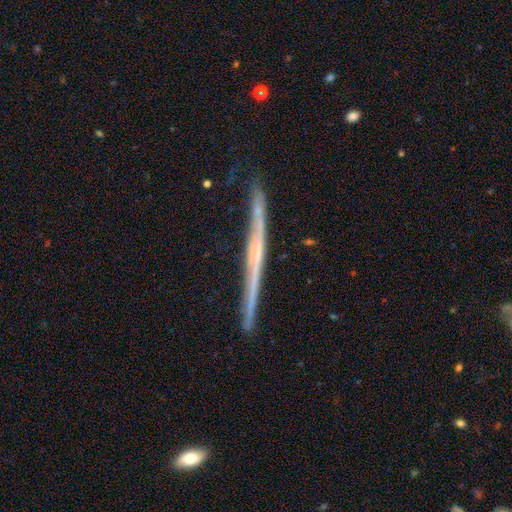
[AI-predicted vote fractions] This appears to be a featured or disk galaxy (73%) viewed edge-on (98%) with no central bulge (69%). Merging: none (84%).